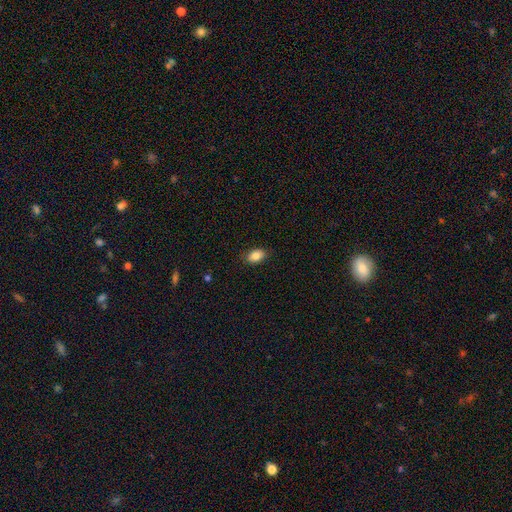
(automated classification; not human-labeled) Q: Smooth or featured?
A: smooth (86%); runner-up: star or artifact (8%)
Q: How rounded?
A: in between (88%); runner-up: round (10%)
Q: Merging?
A: none (86%); runner-up: minor disturbance (11%)